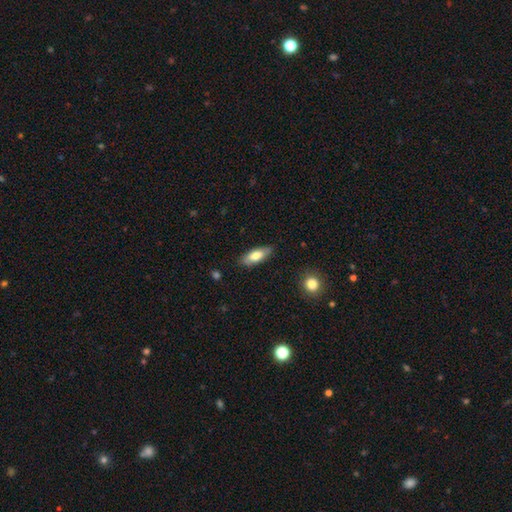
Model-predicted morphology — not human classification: smooth 72%, featured or disk 22%, star or artifact 6%. Down the decision tree: how rounded — in between (74%); merging — none (82%).